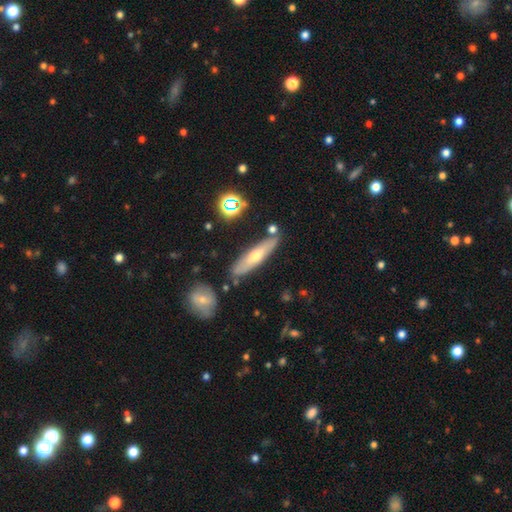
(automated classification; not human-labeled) A smooth galaxy with no disk features (47%).

Vote fractions:
- Smooth or featured? smooth: 47% / featured or disk: 45% / star or artifact: 8%
- Merging? none: 80% / minor disturbance: 12% / merger: 6% / major disturbance: 3%